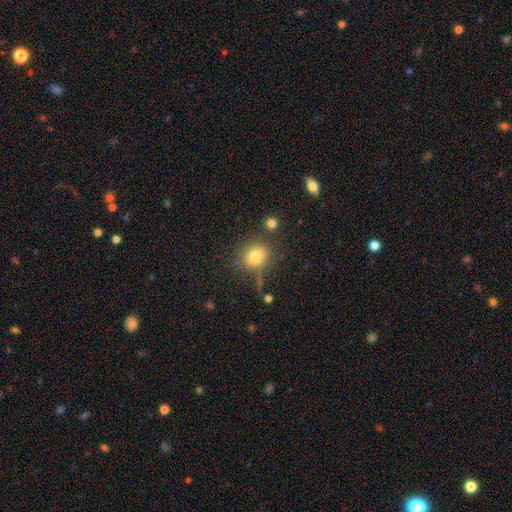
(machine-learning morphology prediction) type=smooth (79%); roundness=round (75%); merging=none (71%).